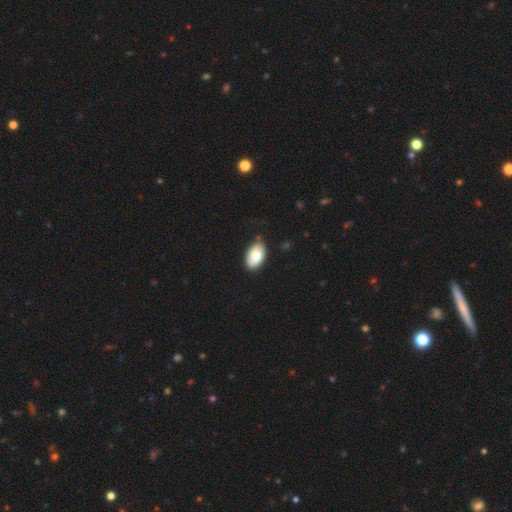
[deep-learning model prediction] smooth-or-featured: smooth: 77% | featured or disk: 17% | star or artifact: 6%
  how-rounded: in between: 93% | round: 6% | cigar-shaped: 1%
  merging: none: 77% | minor disturbance: 18% | major disturbance: 3% | merger: 2%